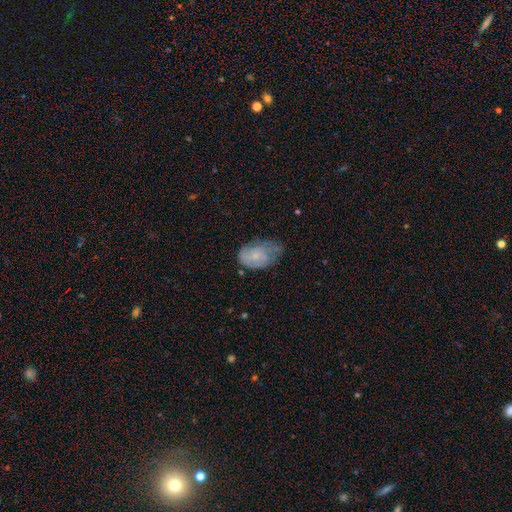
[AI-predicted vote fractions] Smooth or featured?
  - smooth: 46% * (tied)
  - featured or disk: 46% * (tied)
  - star or artifact: 8%
Merging?
  - minor disturbance: 40% *
  - none: 38%
  - major disturbance: 20%
  - merger: 2%